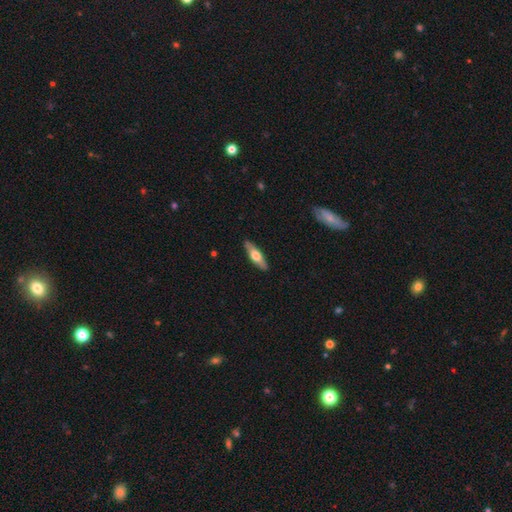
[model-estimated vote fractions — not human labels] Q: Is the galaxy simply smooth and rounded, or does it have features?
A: smooth — 50%.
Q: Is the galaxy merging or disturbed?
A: none — 88%.